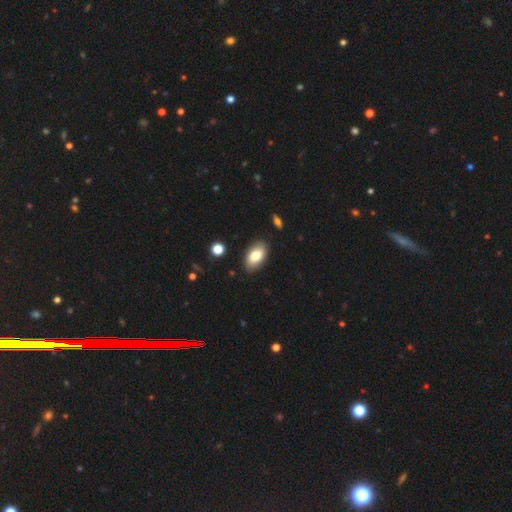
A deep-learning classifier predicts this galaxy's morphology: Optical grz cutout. It shows a smooth galaxy with no disk features (79%) that is in between round and cigar-shaped (94%). Merging: none (86%).